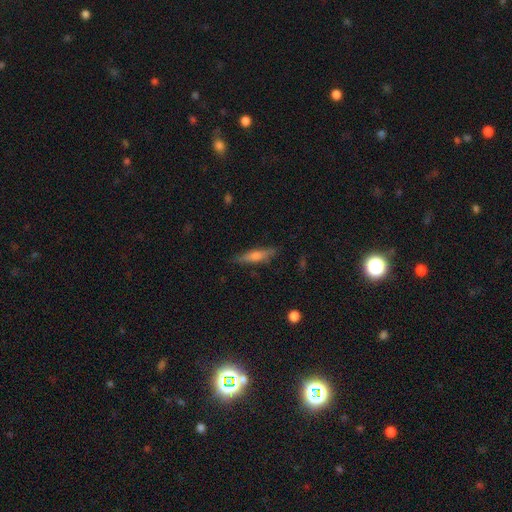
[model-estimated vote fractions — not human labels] This appears to be a featured or disk galaxy (48%). Merging: none (86%).